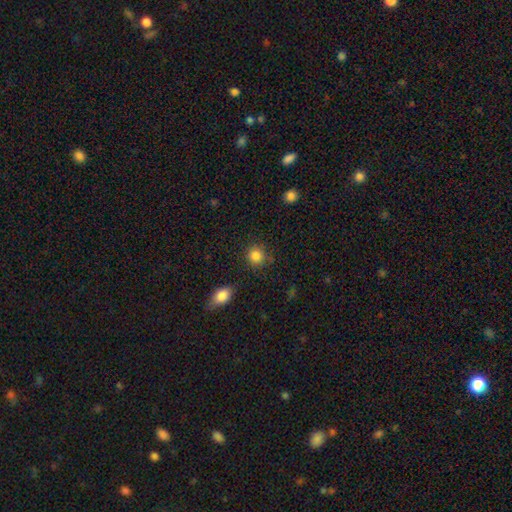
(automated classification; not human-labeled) smooth_or_featured: smooth (p=0.86) [alt: star or artifact p=0.10]
how_rounded: round (p=0.87) [alt: in between p=0.12]
merging: none (p=0.84) [alt: minor disturbance p=0.10]